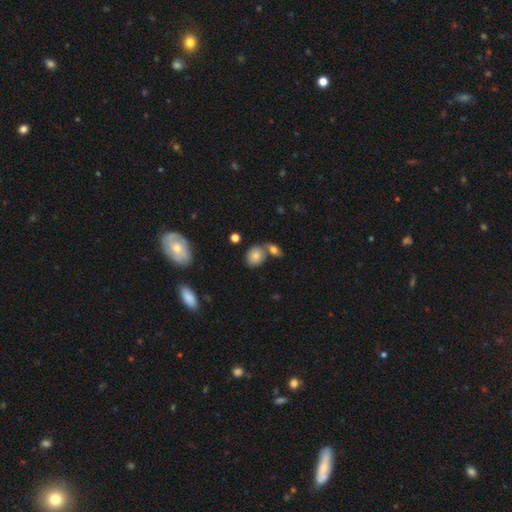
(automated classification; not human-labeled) Q: Smooth or featured?
A: smooth (79%); runner-up: featured or disk (11%)
Q: How rounded?
A: round (57%); runner-up: in between (42%)
Q: Merging?
A: none (60%); runner-up: merger (25%)